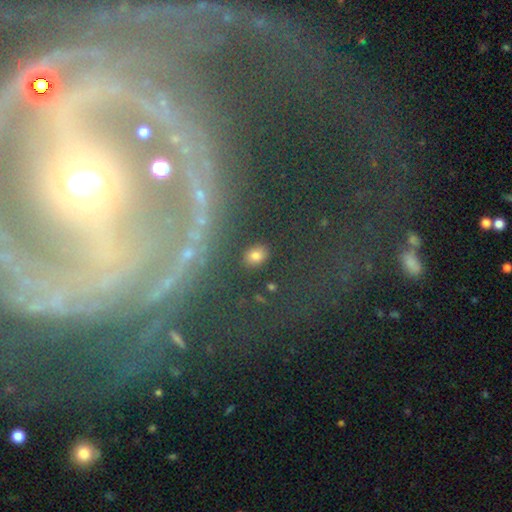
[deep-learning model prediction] A smooth galaxy with no disk features (76%) that is in between round and cigar-shaped (67%).

Vote fractions:
- Smooth or featured? smooth: 76% / star or artifact: 18% / featured or disk: 6%
- How rounded? in between: 67% / round: 31% / cigar-shaped: 2%
- Merging? none: 86% / minor disturbance: 8% / major disturbance: 3% / merger: 3%